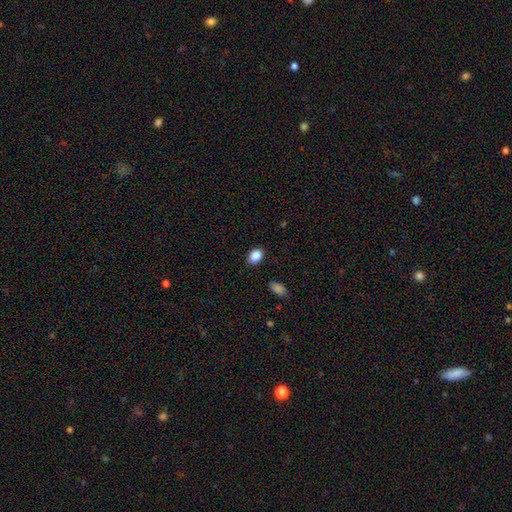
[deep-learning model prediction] This appears to be a smooth galaxy with no disk features (88%) that is in between round and cigar-shaped (77%). Merging: none (87%).